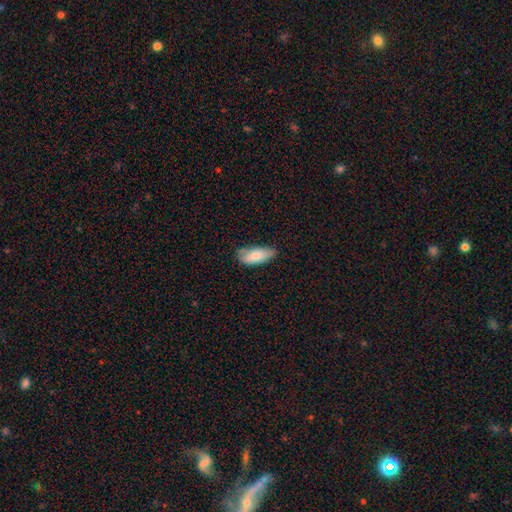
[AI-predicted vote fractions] smooth_or_featured: smooth (p=0.76) [alt: featured or disk p=0.18]
how_rounded: in between (p=0.87) [alt: cigar-shaped p=0.11]
merging: none (p=0.64) [alt: minor disturbance p=0.30]